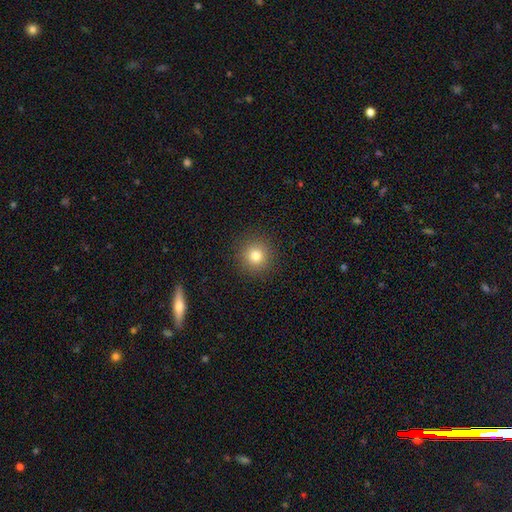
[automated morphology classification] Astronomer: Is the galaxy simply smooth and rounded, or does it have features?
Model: smooth — 81%.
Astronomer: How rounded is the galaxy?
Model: round — 94%.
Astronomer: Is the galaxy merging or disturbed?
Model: none — 92%.